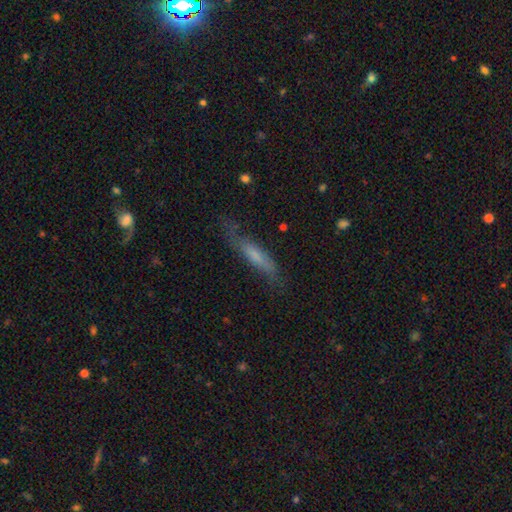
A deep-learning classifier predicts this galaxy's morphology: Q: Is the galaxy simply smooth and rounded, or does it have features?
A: smooth — 54%.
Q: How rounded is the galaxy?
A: cigar-shaped — 82%.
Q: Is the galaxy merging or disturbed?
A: none — 63%.